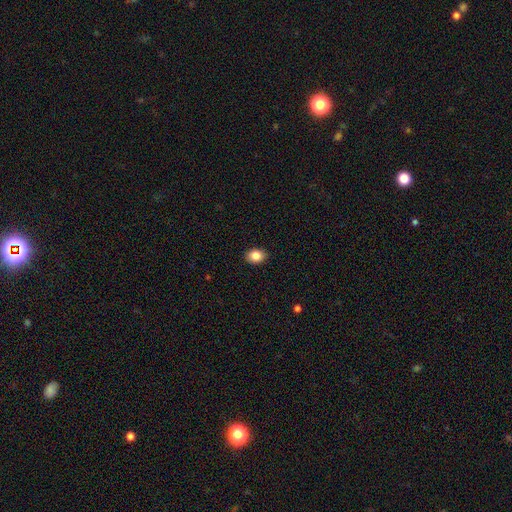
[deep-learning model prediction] Smooth or featured? Predicted: smooth (p=0.86). How rounded? Predicted: in between (p=0.69). Merging? Predicted: none (p=0.89).